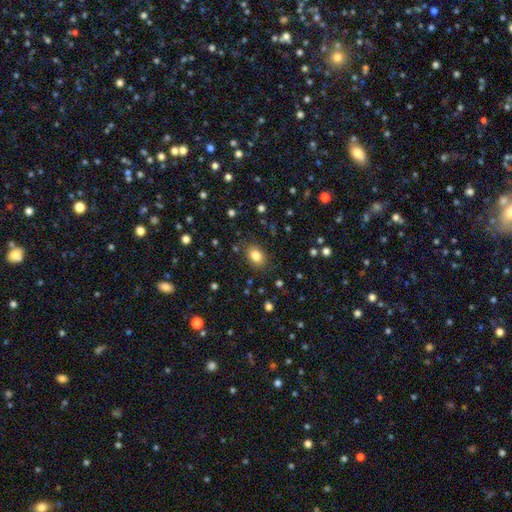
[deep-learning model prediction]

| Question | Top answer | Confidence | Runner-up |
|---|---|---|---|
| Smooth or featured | smooth | 83% | star or artifact (10%) |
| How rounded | in between | 71% | round (28%) |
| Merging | none | 83% | minor disturbance (11%) |